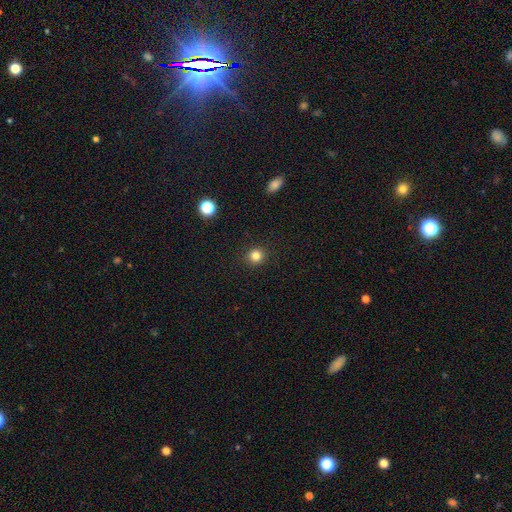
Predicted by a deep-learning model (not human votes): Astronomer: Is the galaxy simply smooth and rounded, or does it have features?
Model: smooth — 82%.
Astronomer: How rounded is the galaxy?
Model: round — 91%.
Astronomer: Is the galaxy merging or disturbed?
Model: none — 92%.